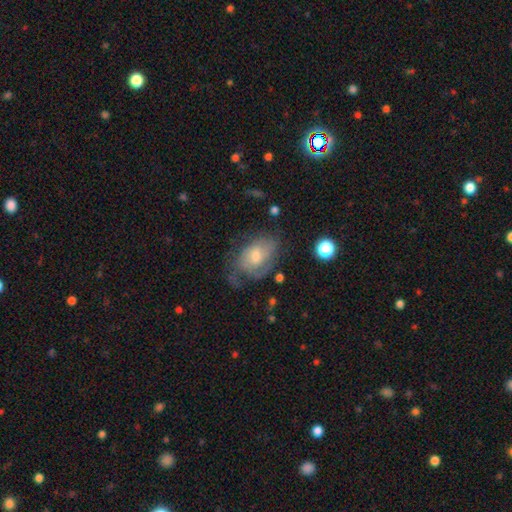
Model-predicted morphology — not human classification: This is possibly a featured or disk galaxy (56%). It is clearly not viewed edge-on (95%). Bar: likely no (66%). Spiral arm pattern: likely yes (76%). Central bulge: possibly moderate (54%). Merging: possibly none (49%).